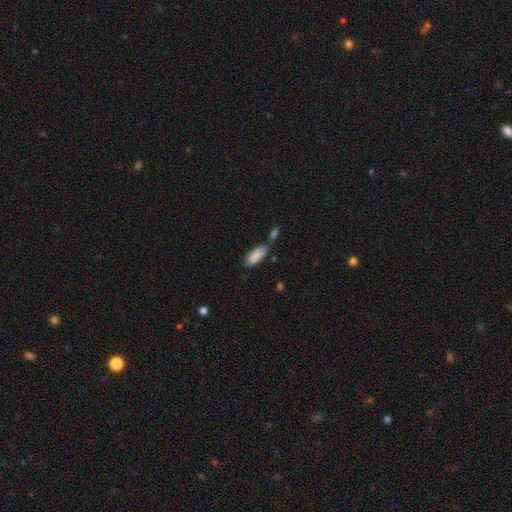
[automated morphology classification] A smooth galaxy with no disk features (87%) that is in between round and cigar-shaped (83%). Merging: none (49%).